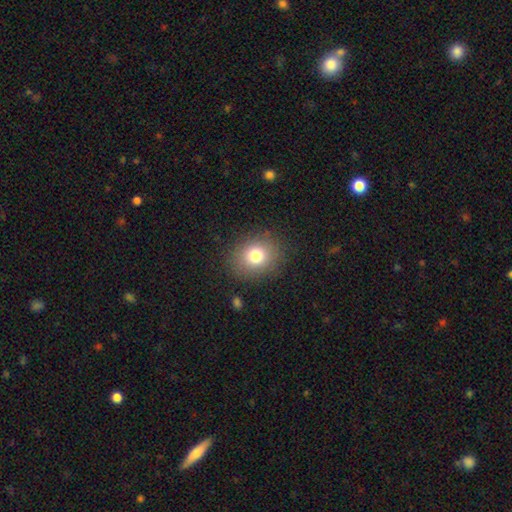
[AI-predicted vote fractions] A smooth galaxy with no disk features (78%) that is round (66%).

Vote fractions:
- Smooth or featured? smooth: 78% / star or artifact: 12% / featured or disk: 10%
- How rounded? round: 66% / in between: 33% / cigar-shaped: 1%
- Merging? none: 86% / minor disturbance: 9% / major disturbance: 4% / merger: 1%